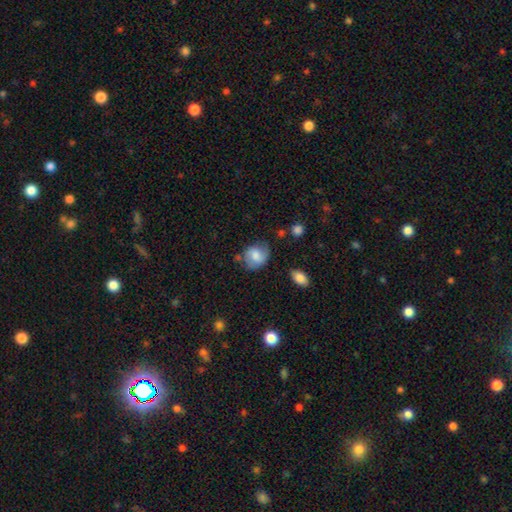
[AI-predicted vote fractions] Smooth or featured: smooth — 67% (featured or disk — 25%)
How rounded: round — 60% (in between — 39%)
Merging: none — 60% (minor disturbance — 27%)